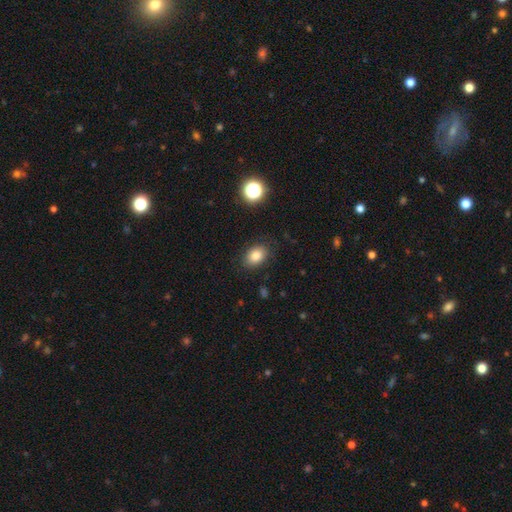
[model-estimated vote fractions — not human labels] Smooth or featured? Predicted: smooth (p=0.83). How rounded? Predicted: in between (p=0.76). Merging? Predicted: none (p=0.86).